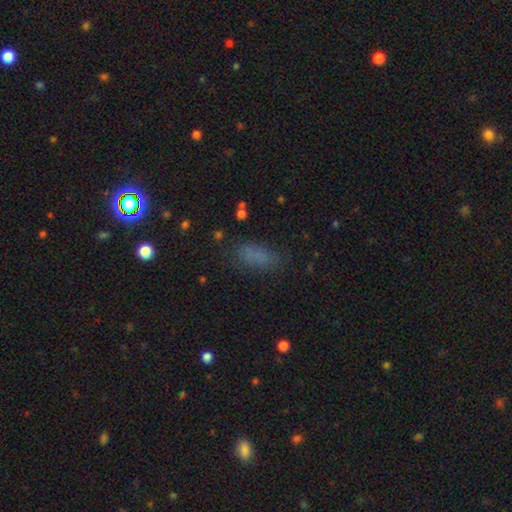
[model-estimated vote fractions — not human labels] Smooth or featured? smooth (74%)
How rounded? in between (81%)
Merging? none (73%)